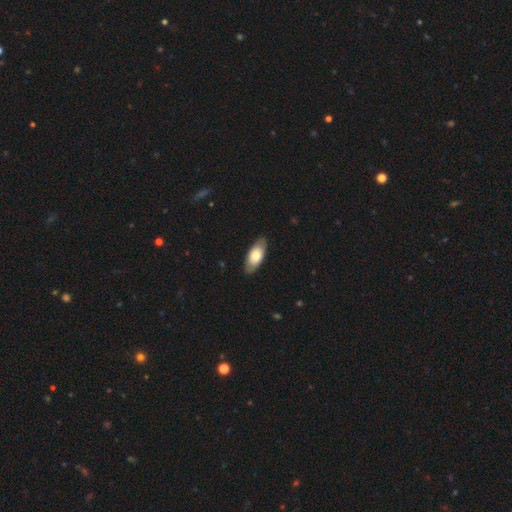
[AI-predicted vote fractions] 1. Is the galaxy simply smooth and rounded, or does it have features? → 68% smooth, 27% featured or disk, 5% star or artifact.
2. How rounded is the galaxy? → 88% in between, 10% cigar-shaped, 2% round.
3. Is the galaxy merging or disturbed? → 85% none, 11% minor disturbance, 2% major disturbance, 1% merger.